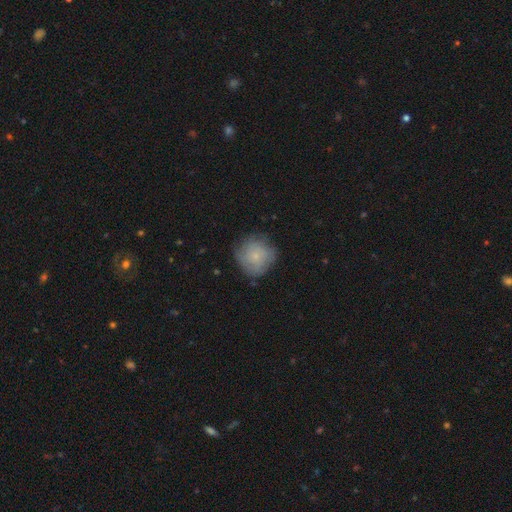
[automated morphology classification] smooth_or_featured: smooth (p=0.66) [alt: featured or disk p=0.26]
how_rounded: round (p=0.91) [alt: in between p=0.08]
merging: none (p=0.72) [alt: minor disturbance p=0.20]